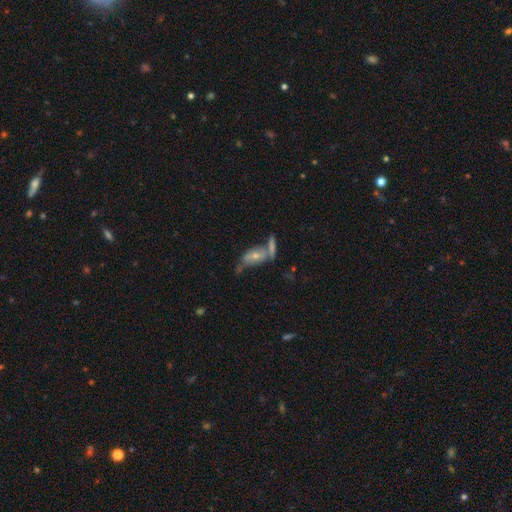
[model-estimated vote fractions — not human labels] A featured or disk galaxy (47%). Merging: none (37%).